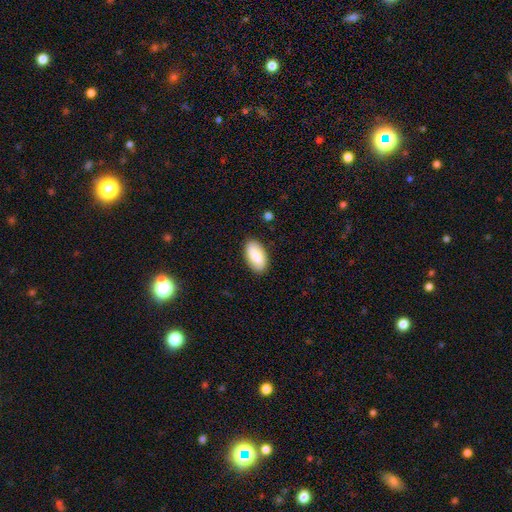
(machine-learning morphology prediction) smooth-or-featured: smooth: 82% | featured or disk: 12% | star or artifact: 6%
  how-rounded: in between: 95% | cigar-shaped: 3% | round: 3%
  merging: none: 88% | minor disturbance: 9% | major disturbance: 2% | merger: 1%